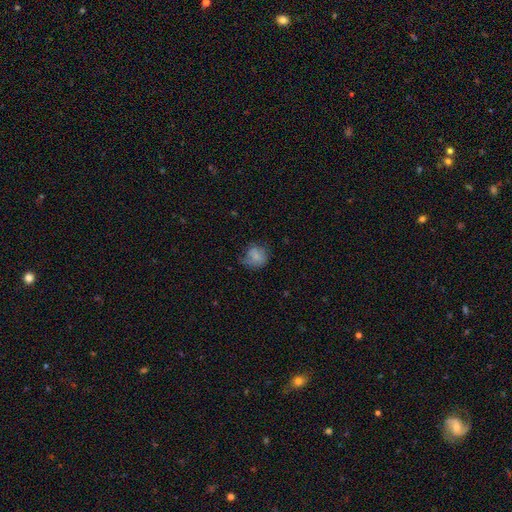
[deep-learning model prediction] A smooth galaxy with no disk features (73%) that is round (70%). Merging: none (51%).